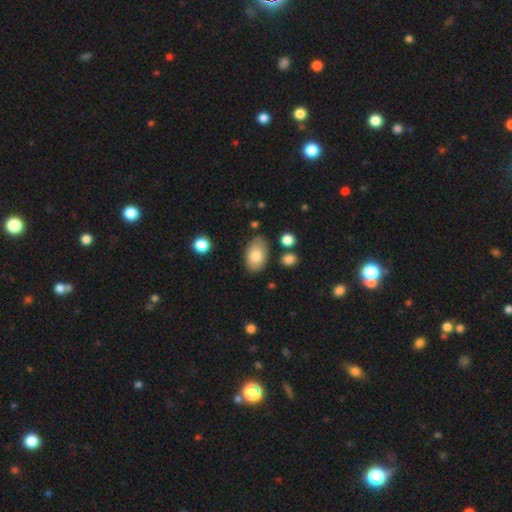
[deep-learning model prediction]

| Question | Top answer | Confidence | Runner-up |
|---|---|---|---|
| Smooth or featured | smooth | 79% | featured or disk (15%) |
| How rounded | in between | 92% | round (6%) |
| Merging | none | 79% | minor disturbance (14%) |